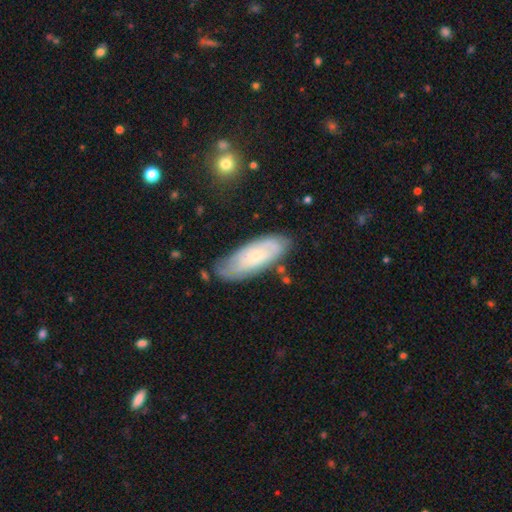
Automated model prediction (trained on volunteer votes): Smooth or featured? Predicted: featured or disk (p=0.57). Edge-on disk? Predicted: no (p=0.87). Merging? Predicted: none (p=0.70).